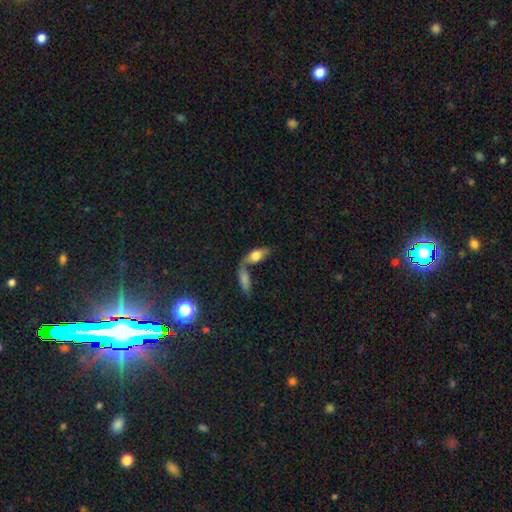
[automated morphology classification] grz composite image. It shows a smooth galaxy with no disk features (68%) that is in between round and cigar-shaped (81%). Merging: merger (48%).